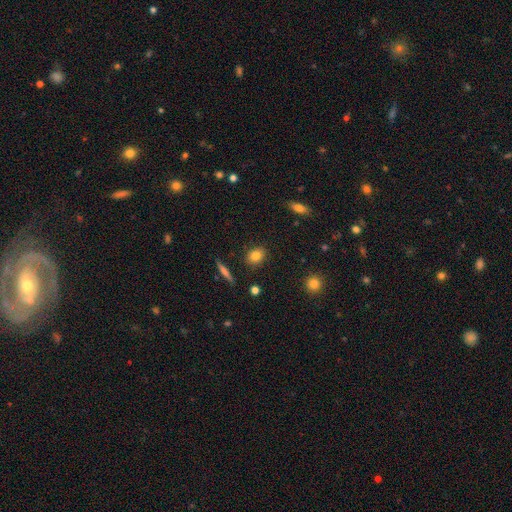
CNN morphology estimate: This is clearly a smooth galaxy (82%). How rounded: possibly in between (52%). Merging: clearly none (88%).